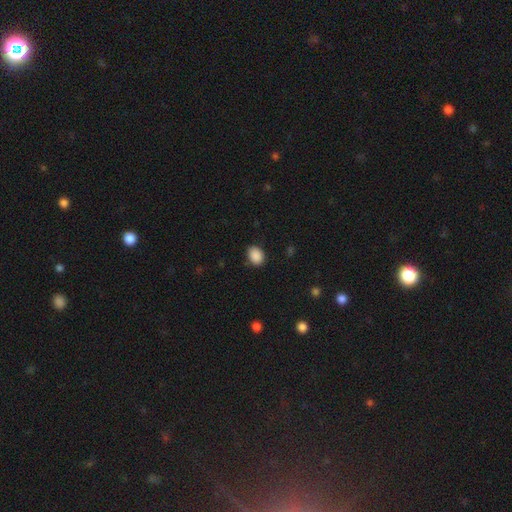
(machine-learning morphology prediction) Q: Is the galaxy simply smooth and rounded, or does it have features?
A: smooth — 89%.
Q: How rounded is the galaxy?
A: in between — 59%.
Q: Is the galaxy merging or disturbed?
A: none — 85%.